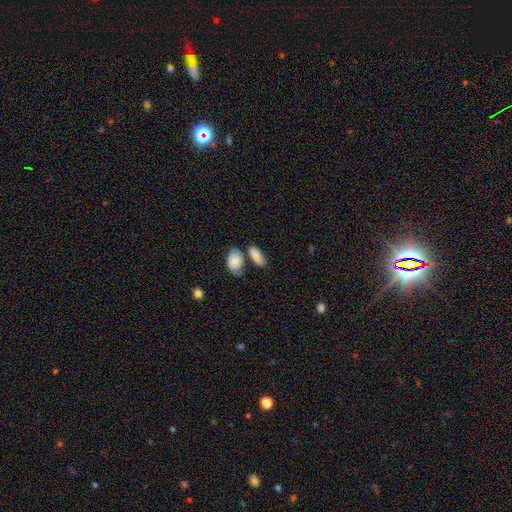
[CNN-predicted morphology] Smooth or featured? Predicted: smooth (p=0.84). How rounded? Predicted: in between (p=0.86). Merging? Predicted: none (p=0.48).